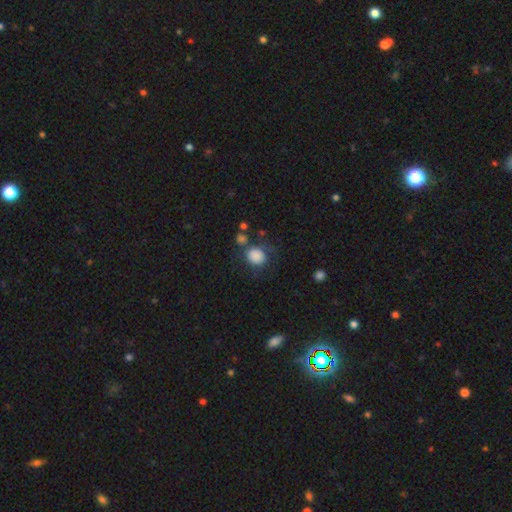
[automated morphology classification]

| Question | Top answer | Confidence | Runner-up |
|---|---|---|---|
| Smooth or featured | smooth | 86% | star or artifact (9%) |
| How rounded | round | 74% | in between (25%) |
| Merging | none | 63% | minor disturbance (17%) |